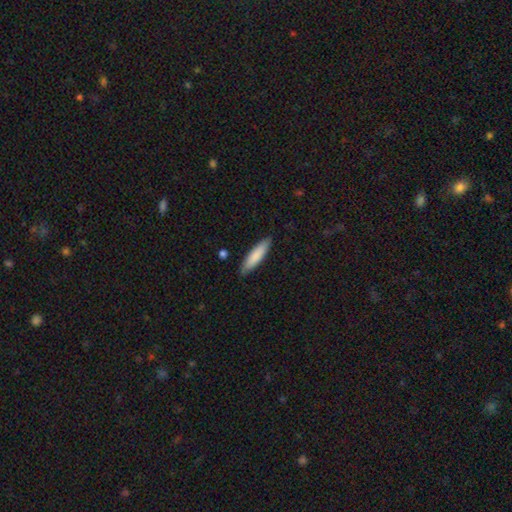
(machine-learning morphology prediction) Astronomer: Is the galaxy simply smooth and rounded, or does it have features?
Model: smooth — 83%.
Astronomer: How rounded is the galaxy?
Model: cigar-shaped — 72%.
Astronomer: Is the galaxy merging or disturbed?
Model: none — 84%.